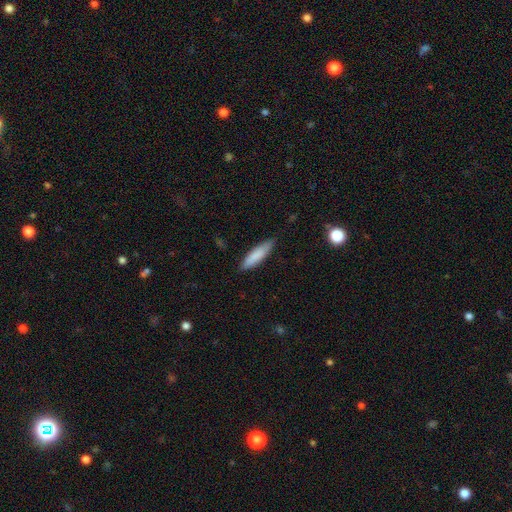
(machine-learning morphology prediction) Smooth or featured: smooth — 84% (featured or disk — 10%)
How rounded: cigar-shaped — 66% (in between — 32%)
Merging: none — 82% (minor disturbance — 15%)